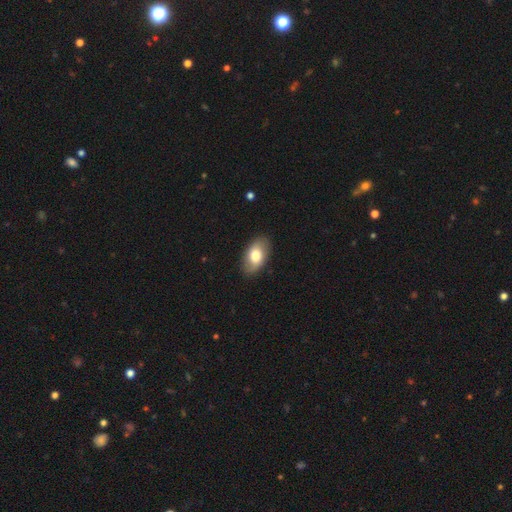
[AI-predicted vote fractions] Smooth or featured? Predicted: smooth (p=0.73). How rounded? Predicted: in between (p=0.93). Merging? Predicted: none (p=0.87).